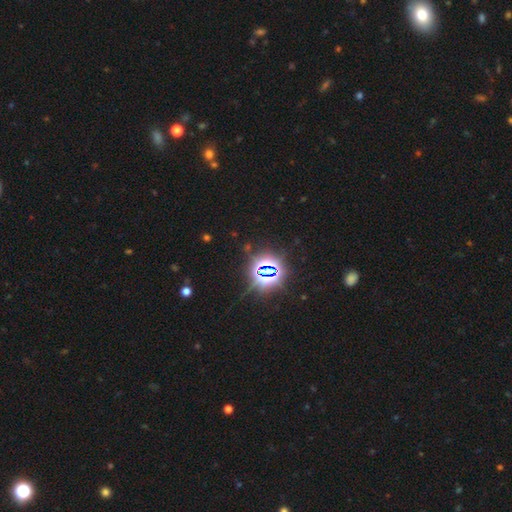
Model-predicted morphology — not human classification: Smooth or featured?
  - star or artifact: 82% *
  - smooth: 12%
  - featured or disk: 6%